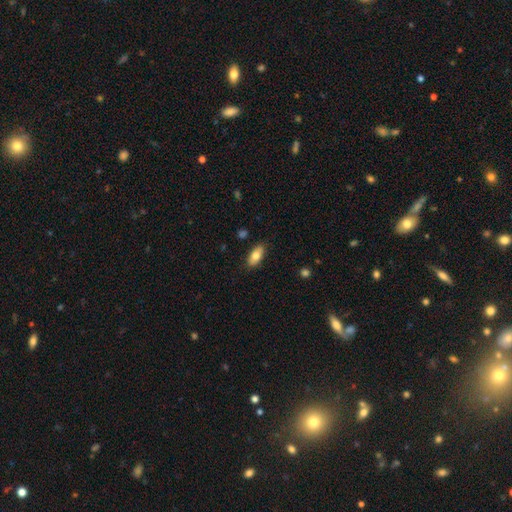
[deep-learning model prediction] This appears to be a smooth galaxy with no disk features (77%) that is in between round and cigar-shaped (88%). Merging: none (85%).